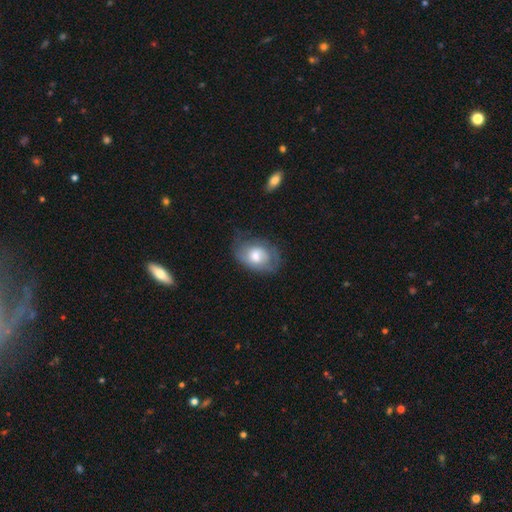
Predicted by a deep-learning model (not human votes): smooth-or-featured: smooth: 59% | featured or disk: 34% | star or artifact: 7%
  how-rounded: in between: 78% | round: 20% | cigar-shaped: 1%
  merging: none: 55% | minor disturbance: 30% | major disturbance: 13% | merger: 2%